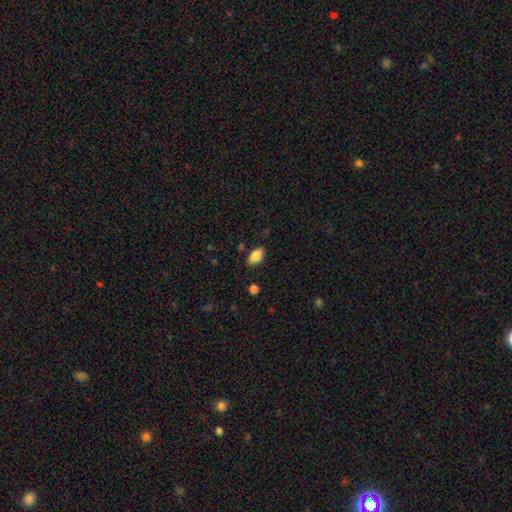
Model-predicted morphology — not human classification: A smooth galaxy with no disk features (87%) that is in between round and cigar-shaped (91%).

Vote fractions:
- Smooth or featured? smooth: 87% / star or artifact: 8% / featured or disk: 5%
- How rounded? in between: 91% / round: 5% / cigar-shaped: 3%
- Merging? none: 79% / minor disturbance: 16% / major disturbance: 3% / merger: 2%